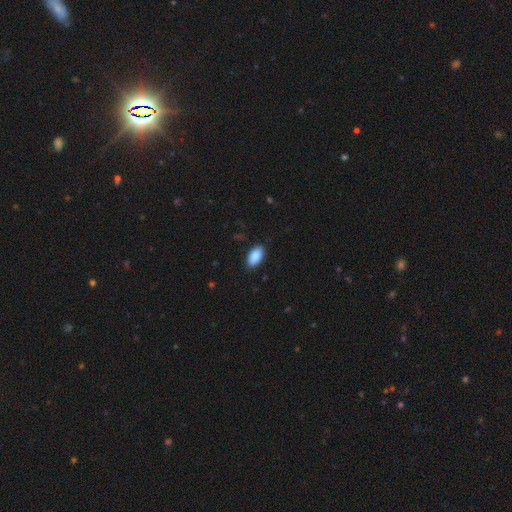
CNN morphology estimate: A smooth galaxy with no disk features (87%) that is in between round and cigar-shaped (94%).

Vote fractions:
- Smooth or featured? smooth: 87% / star or artifact: 7% / featured or disk: 6%
- How rounded? in between: 94% / cigar-shaped: 3% / round: 3%
- Merging? none: 87% / minor disturbance: 10% / major disturbance: 2% / merger: 1%